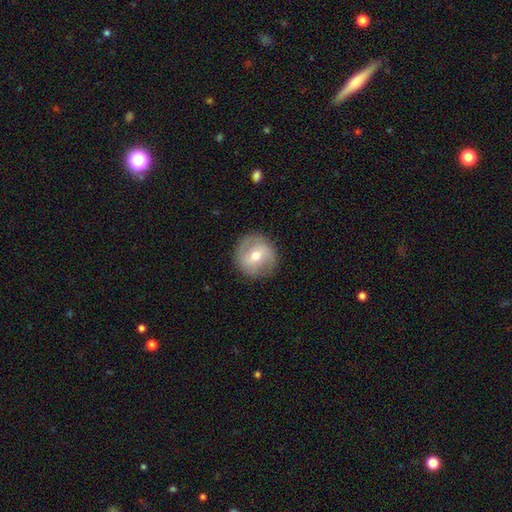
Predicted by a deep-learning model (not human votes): A featured or disk galaxy (54%) with a weak bar (45%), spiral arms (66%) and a moderate central bulge (68%). Merging: none (87%).